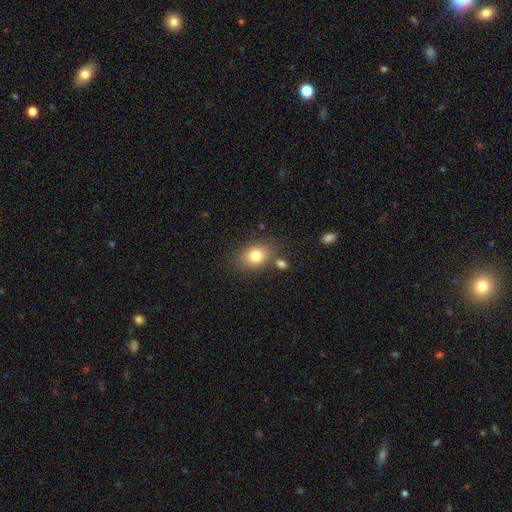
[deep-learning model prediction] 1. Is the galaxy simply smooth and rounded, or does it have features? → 80% smooth, 10% star or artifact, 10% featured or disk.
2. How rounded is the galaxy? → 62% in between, 36% round, 1% cigar-shaped.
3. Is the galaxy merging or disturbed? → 73% none, 13% minor disturbance, 10% merger, 4% major disturbance.